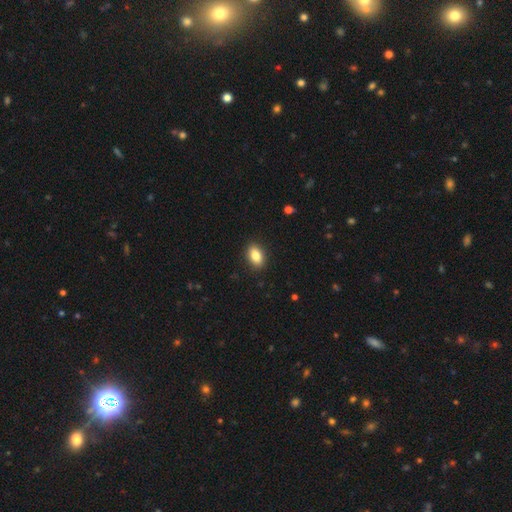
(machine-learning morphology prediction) Smooth or featured? Predicted: smooth (p=0.85). How rounded? Predicted: in between (p=0.88). Merging? Predicted: none (p=0.89).